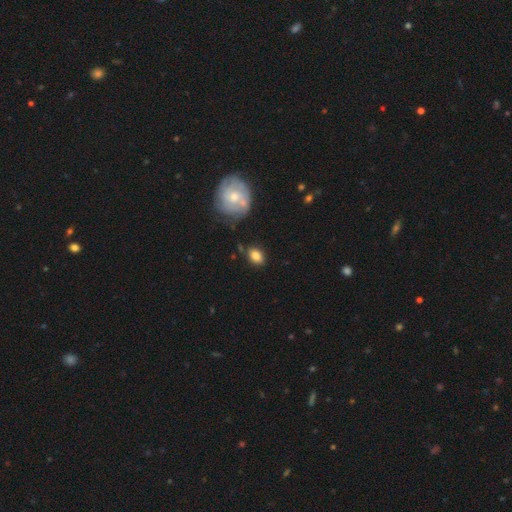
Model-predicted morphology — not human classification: Smooth or featured? smooth (82%)
How rounded? in between (76%)
Merging? none (76%)